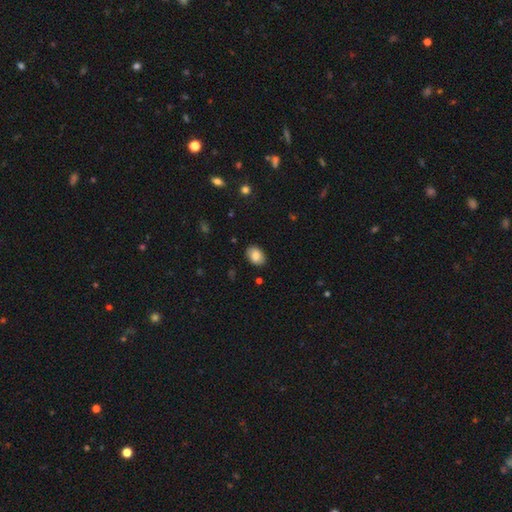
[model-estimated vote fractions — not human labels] smooth_or_featured: smooth (p=0.86) [alt: star or artifact p=0.07]
how_rounded: in between (p=0.83) [alt: round p=0.16]
merging: none (p=0.86) [alt: minor disturbance p=0.10]